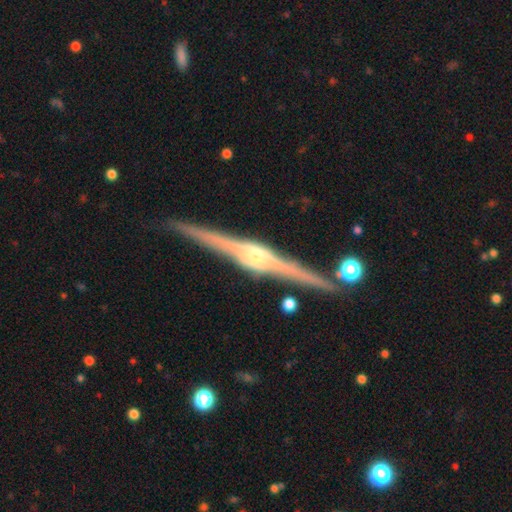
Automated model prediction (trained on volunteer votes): Morphology: type=featured or disk (90%); edge-on=yes (98%); edge-on bulge=rounded (84%); merging=none (87%).